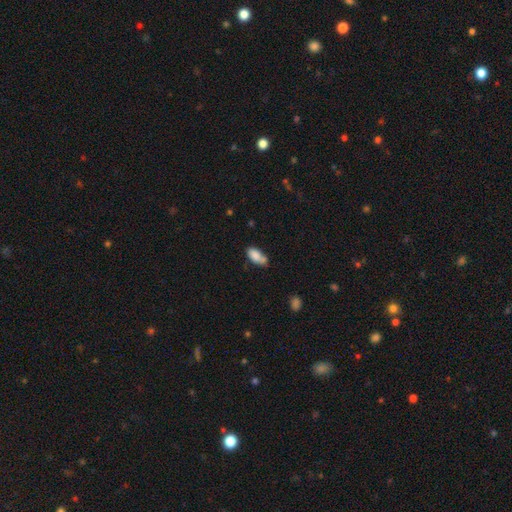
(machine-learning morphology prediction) Smooth or featured? Predicted: smooth (p=0.83). How rounded? Predicted: in between (p=0.90). Merging? Predicted: none (p=0.50).